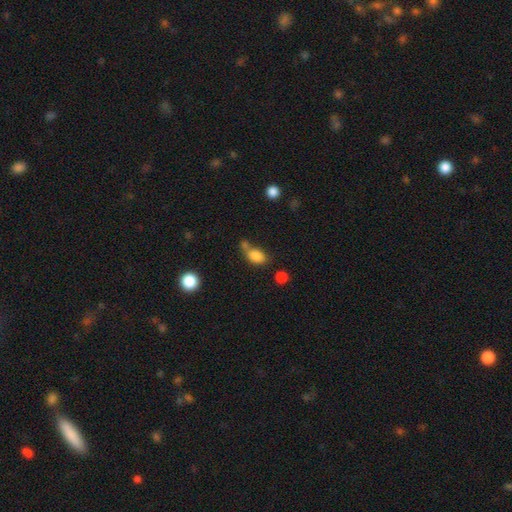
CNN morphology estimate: smooth 83%, star or artifact 10%, featured or disk 7%. Down the decision tree: how rounded — in between (81%); merging — none (42%).